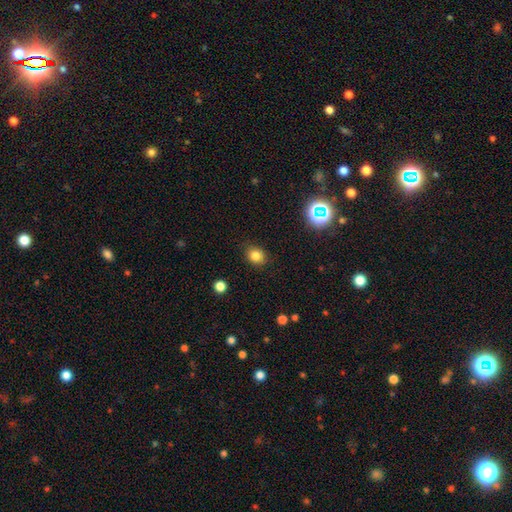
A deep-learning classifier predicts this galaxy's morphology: A smooth galaxy with no disk features (82%) that is round (60%). Merging: none (84%).